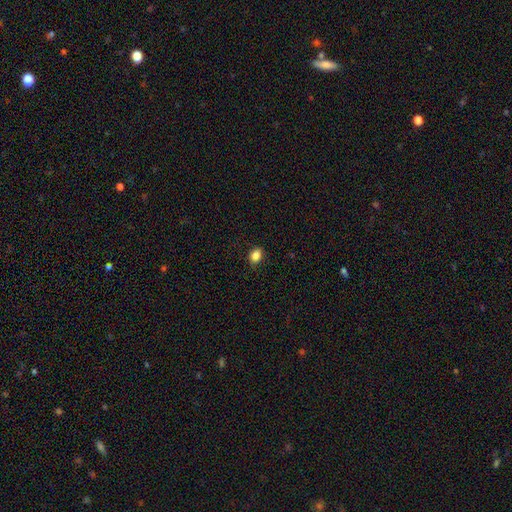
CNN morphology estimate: Smooth or featured?
  - smooth: 86% *
  - star or artifact: 10%
  - featured or disk: 5%
How rounded?
  - in between: 67% *
  - round: 32%
  - cigar-shaped: 1%
Merging?
  - none: 87% *
  - minor disturbance: 10%
  - major disturbance: 2%
  - merger: 1%